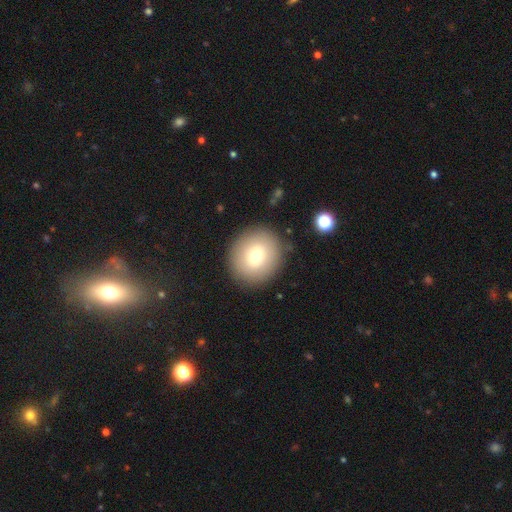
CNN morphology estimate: smooth_or_featured: smooth (p=0.77) [alt: featured or disk p=0.14]
how_rounded: round (p=0.84) [alt: in between p=0.15]
merging: none (p=0.86) [alt: minor disturbance p=0.09]